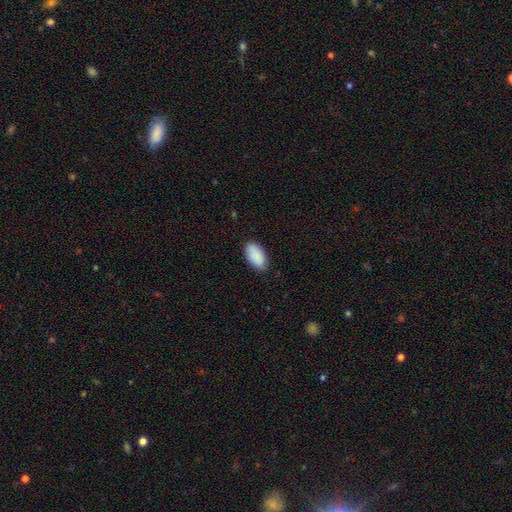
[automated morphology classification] A smooth galaxy with no disk features (90%) that is in between round and cigar-shaped (95%). Merging: none (86%).